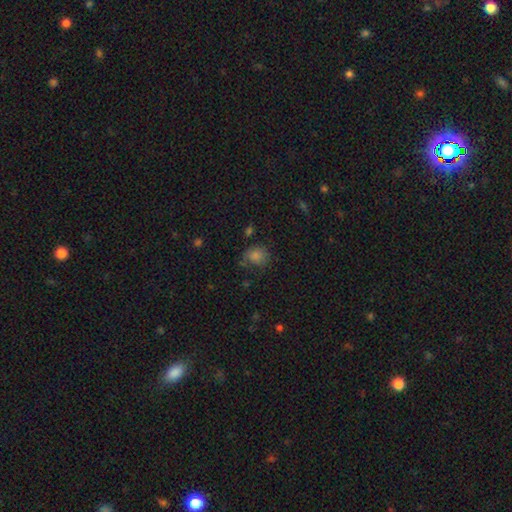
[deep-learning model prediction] Smooth or featured? smooth (75%)
How rounded? round (64%)
Merging? none (63%)